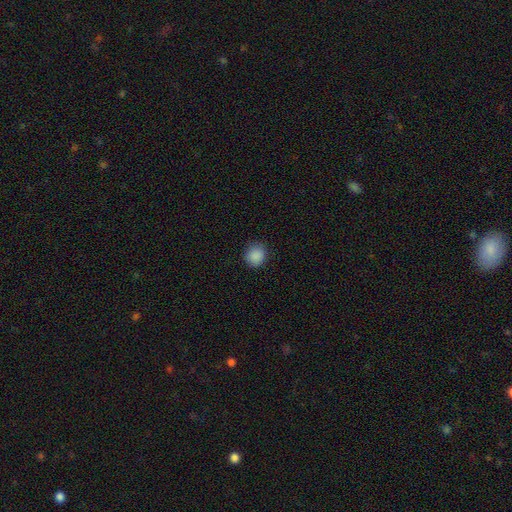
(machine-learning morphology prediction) Smooth or featured?
  - smooth: 88% *
  - star or artifact: 9%
  - featured or disk: 3%
How rounded?
  - round: 79% *
  - in between: 20%
  - cigar-shaped: 1%
Merging?
  - none: 87% *
  - minor disturbance: 10%
  - major disturbance: 3%
  - merger: 1%